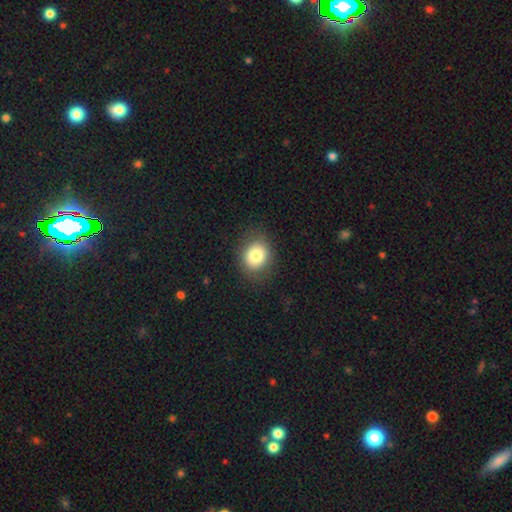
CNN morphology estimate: A smooth galaxy with no disk features (80%) that is round (68%). Merging: none (86%).